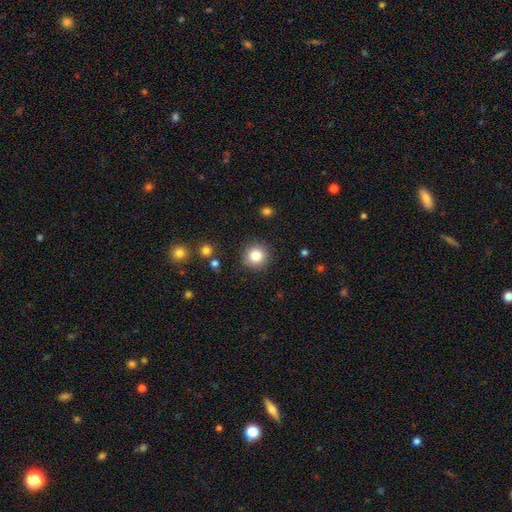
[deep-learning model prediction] The model was most divided on "smooth or featured": smooth: 84%, star or artifact: 10%, featured or disk: 6%. More confident: how rounded — round (94%); merging — none (89%).